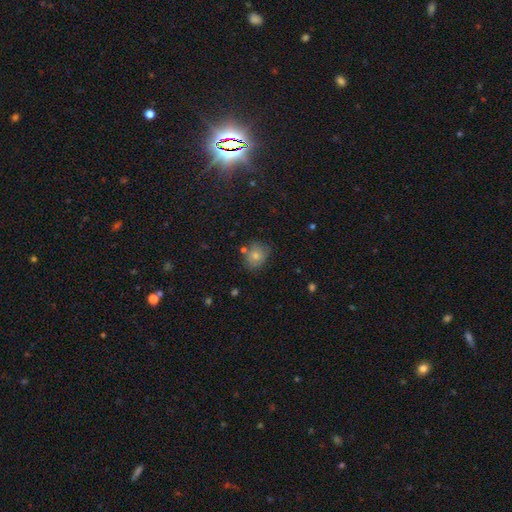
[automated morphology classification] This is likely a smooth galaxy (75%). How rounded: likely round (64%). Merging: likely none (69%).